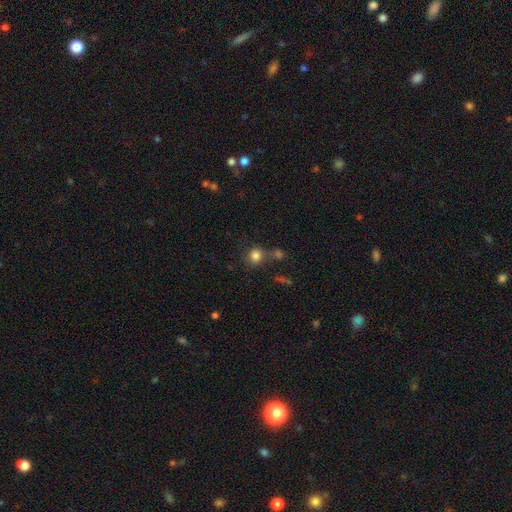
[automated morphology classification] This is clearly a smooth galaxy (81%). How rounded: clearly round (83%). Merging: possibly none (59%).